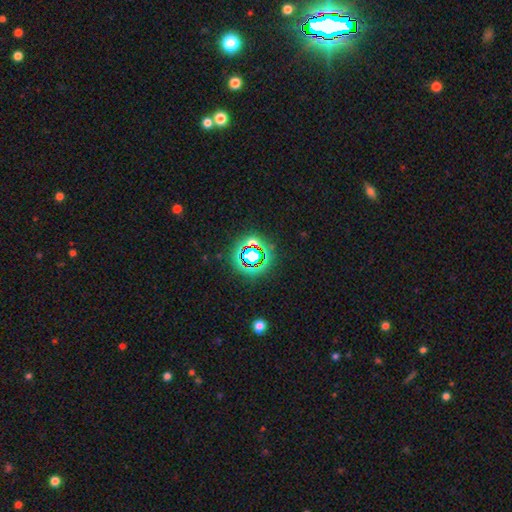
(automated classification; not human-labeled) smooth-or-featured: star or artifact: 69% | smooth: 20% | featured or disk: 11%